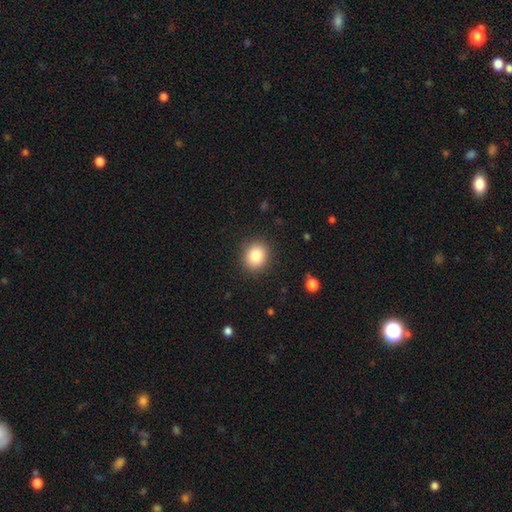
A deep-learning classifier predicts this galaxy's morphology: A smooth galaxy with no disk features (85%) that is round (71%). Merging: none (89%).